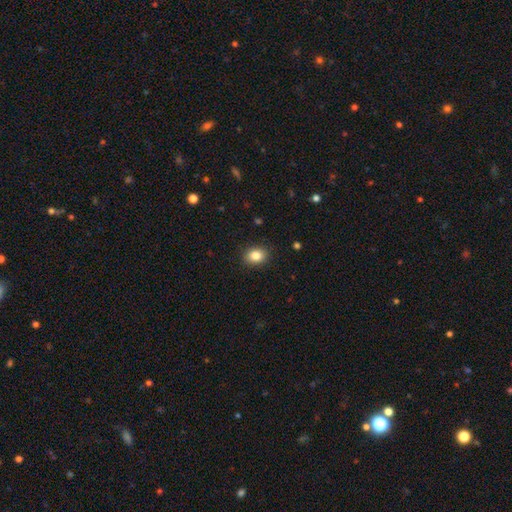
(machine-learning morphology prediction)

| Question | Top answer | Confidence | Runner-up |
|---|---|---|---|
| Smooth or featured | smooth | 84% | star or artifact (9%) |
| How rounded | in between | 59% | round (40%) |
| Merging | none | 89% | minor disturbance (8%) |